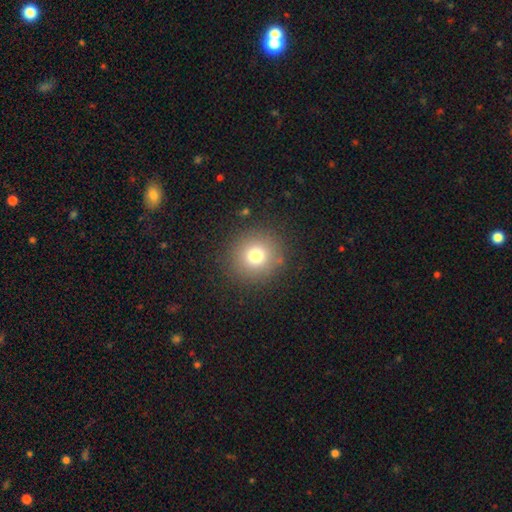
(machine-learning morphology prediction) smooth-or-featured: smooth: 75% | star or artifact: 14% | featured or disk: 10%
  how-rounded: round: 94% | in between: 5% | cigar-shaped: 1%
  merging: none: 88% | minor disturbance: 7% | major disturbance: 3% | merger: 1%